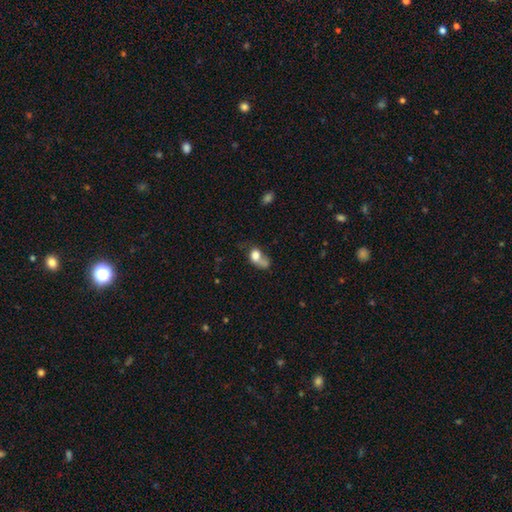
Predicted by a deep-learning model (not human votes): Q: Smooth or featured?
A: smooth (68%); runner-up: featured or disk (21%)
Q: How rounded?
A: in between (62%); runner-up: round (36%)
Q: Merging?
A: major disturbance (31%); runner-up: merger (29%)